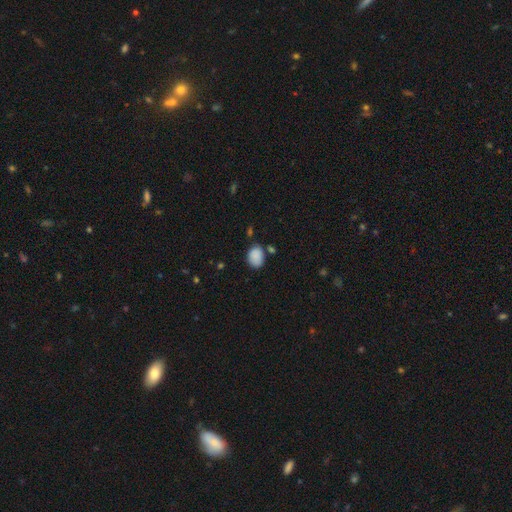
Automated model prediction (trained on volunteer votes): smooth 87%, star or artifact 8%, featured or disk 5%. Down the decision tree: how rounded — in between (66%); merging — none (69%).